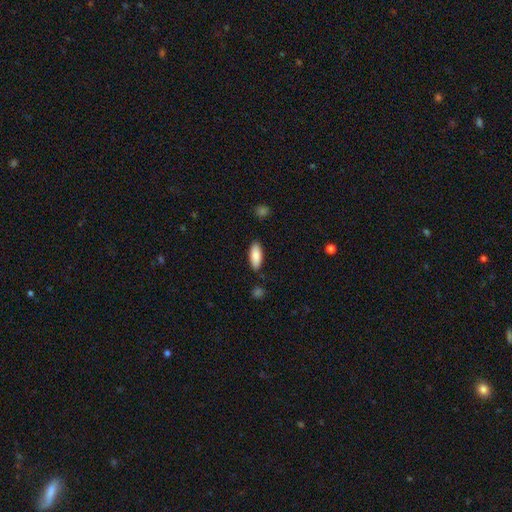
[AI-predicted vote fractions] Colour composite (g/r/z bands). It shows a smooth galaxy with no disk features (86%) that is in between round and cigar-shaped (78%). Merging: none (86%).